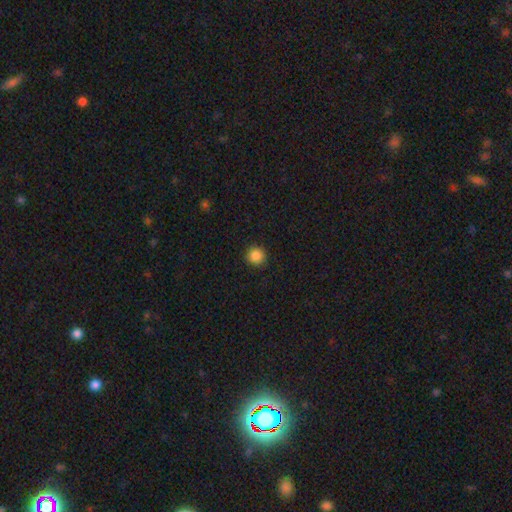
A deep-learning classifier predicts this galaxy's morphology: This is clearly a smooth galaxy (86%). How rounded: clearly round (94%). Merging: clearly none (90%).